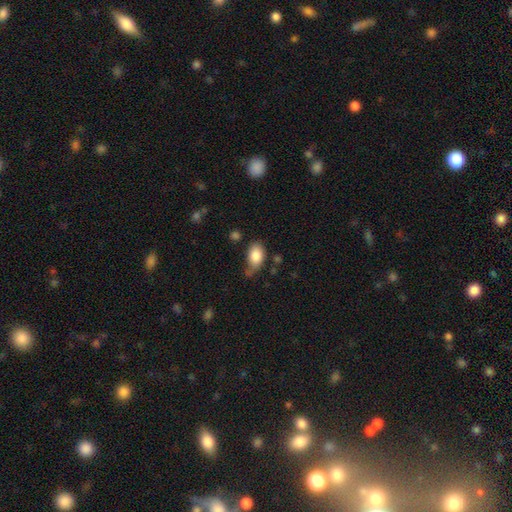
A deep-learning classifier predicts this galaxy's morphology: Q: Smooth or featured?
A: smooth (84%); runner-up: featured or disk (9%)
Q: How rounded?
A: in between (89%); runner-up: round (10%)
Q: Merging?
A: none (51%); runner-up: minor disturbance (33%)